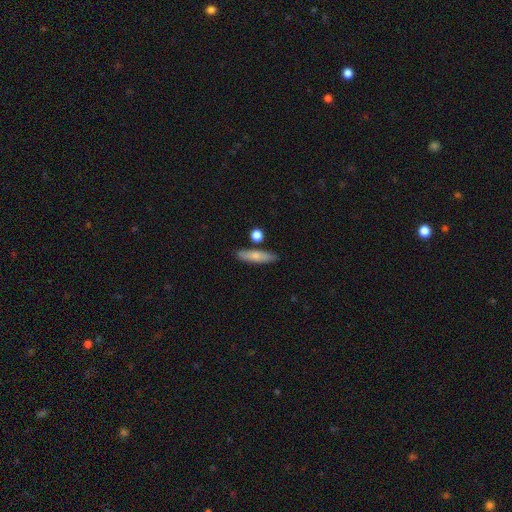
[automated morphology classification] Overall: smooth (71%). How rounded: cigar-shaped (73%). Merging: none (81%).